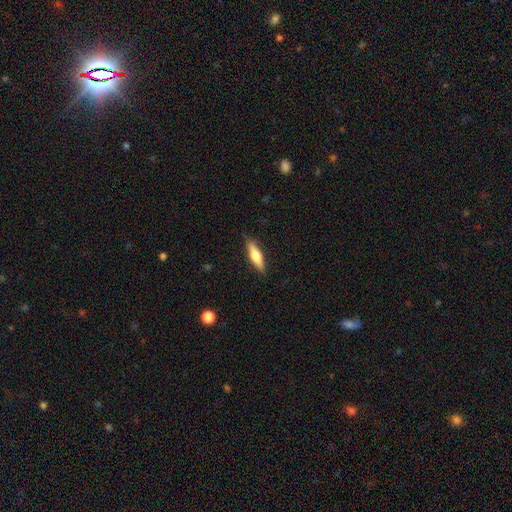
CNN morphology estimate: Smooth or featured: smooth — 60% (featured or disk — 34%)
How rounded: cigar-shaped — 65% (in between — 33%)
Merging: none — 86% (minor disturbance — 11%)